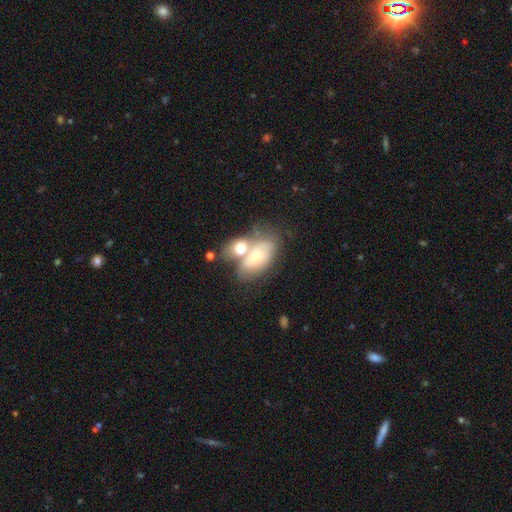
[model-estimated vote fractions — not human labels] smooth 56%, featured or disk 36%, star or artifact 8%. Down the decision tree: how rounded — in between (86%); merging — merger (55%).